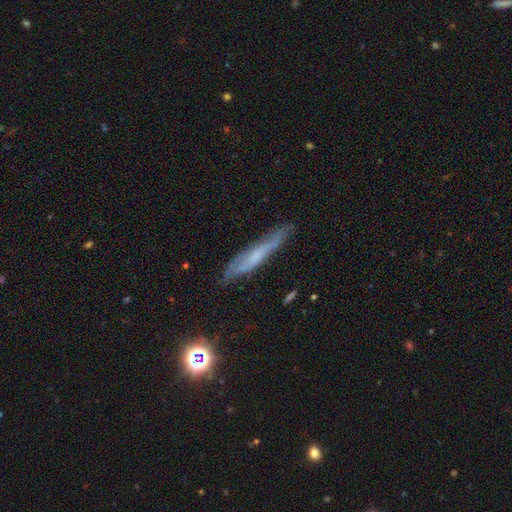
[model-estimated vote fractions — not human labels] Overall: featured or disk (50%; smooth 39%). Merging: none (75%).